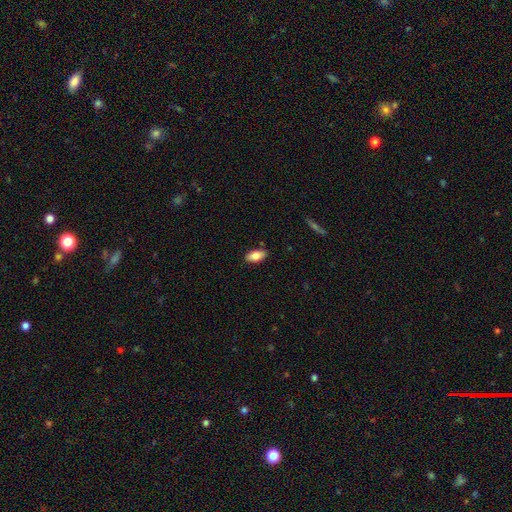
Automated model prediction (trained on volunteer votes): The model was most divided on "smooth or featured": smooth: 79%, featured or disk: 14%, star or artifact: 7%. More confident: how rounded — in between (90%); merging — none (86%).